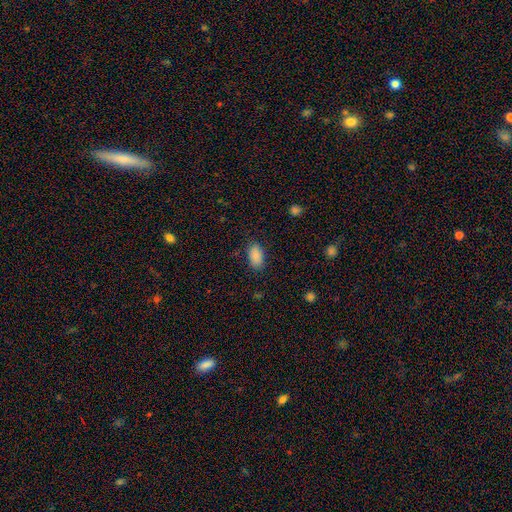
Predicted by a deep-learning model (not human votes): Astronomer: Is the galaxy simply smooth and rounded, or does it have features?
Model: smooth — 88%.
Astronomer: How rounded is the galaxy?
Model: in between — 93%.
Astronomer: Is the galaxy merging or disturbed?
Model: none — 84%.